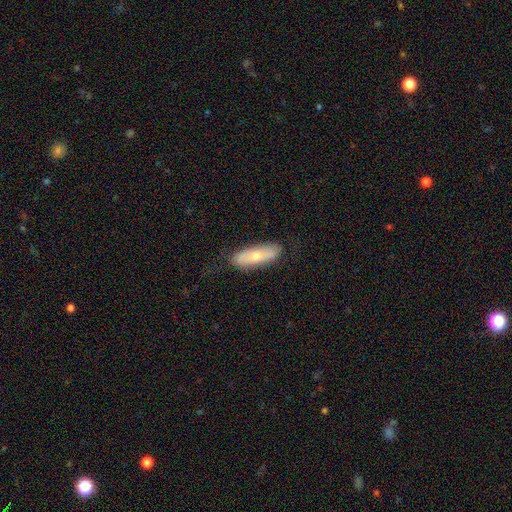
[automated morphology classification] smooth_or_featured: smooth (p=0.55) [alt: featured or disk p=0.39]
how_rounded: in between (p=0.58) [alt: cigar-shaped p=0.40]
merging: none (p=0.79) [alt: minor disturbance p=0.16]